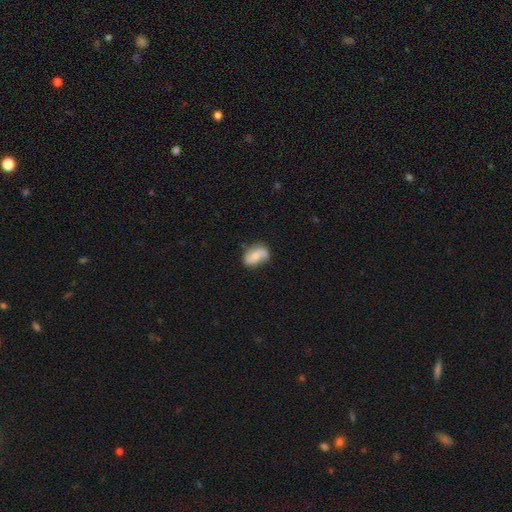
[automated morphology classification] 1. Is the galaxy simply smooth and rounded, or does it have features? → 65% smooth, 28% featured or disk, 8% star or artifact.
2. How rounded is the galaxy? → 88% in between, 9% round, 3% cigar-shaped.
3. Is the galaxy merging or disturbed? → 60% none, 28% minor disturbance, 8% major disturbance, 4% merger.